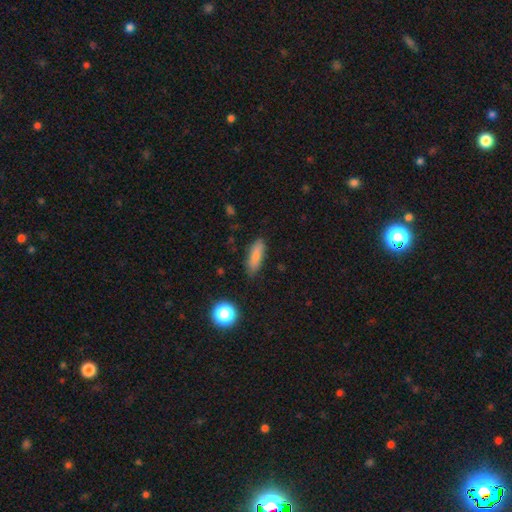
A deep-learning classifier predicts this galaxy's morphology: smooth 81%, featured or disk 10%, star or artifact 9%. Down the decision tree: how rounded — in between (52%); merging — none (81%).